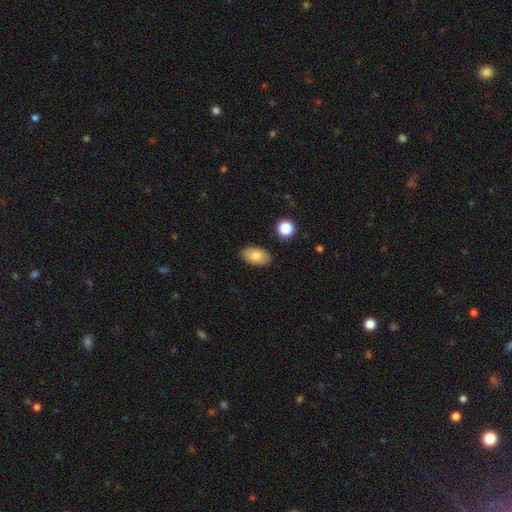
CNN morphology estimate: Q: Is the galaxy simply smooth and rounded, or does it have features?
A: smooth — 82%.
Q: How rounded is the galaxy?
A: in between — 93%.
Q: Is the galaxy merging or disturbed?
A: none — 87%.